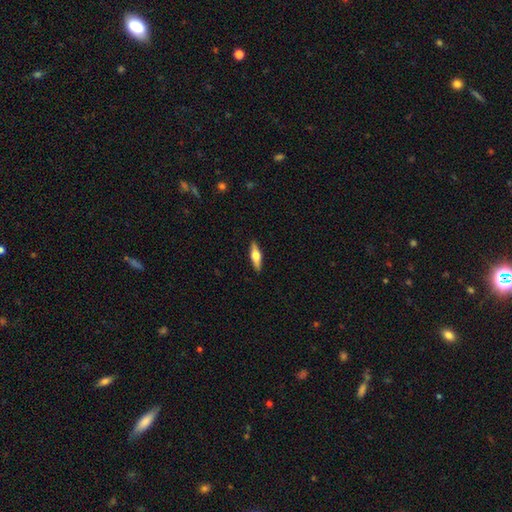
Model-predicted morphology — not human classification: Q: Smooth or featured?
A: featured or disk (48%); runner-up: smooth (47%)
Q: Merging?
A: none (90%); runner-up: minor disturbance (7%)